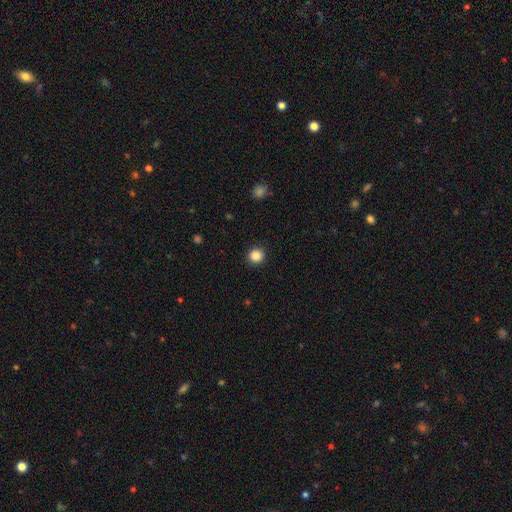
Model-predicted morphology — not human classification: Smooth or featured? Predicted: smooth (p=0.86). How rounded? Predicted: round (p=0.93). Merging? Predicted: none (p=0.92).